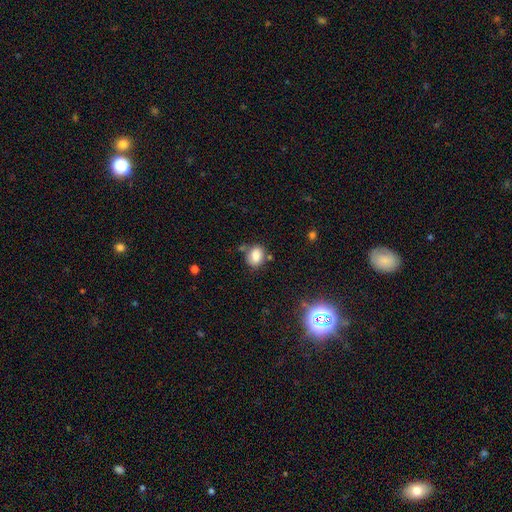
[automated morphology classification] A smooth galaxy with no disk features (82%) that is in between round and cigar-shaped (63%).

Vote fractions:
- Smooth or featured? smooth: 82% / star or artifact: 11% / featured or disk: 8%
- How rounded? in between: 63% / round: 36% / cigar-shaped: 1%
- Merging? none: 67% / minor disturbance: 18% / merger: 10% / major disturbance: 5%